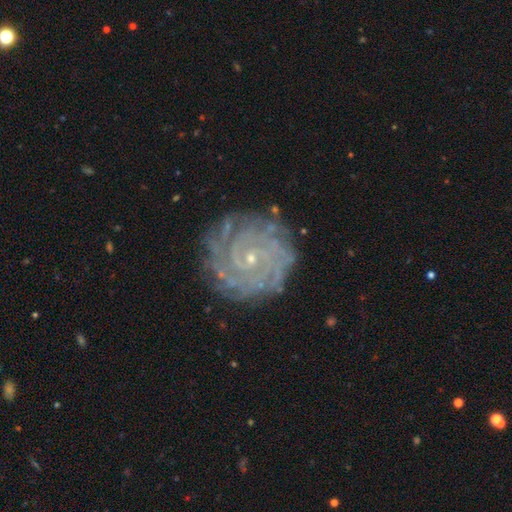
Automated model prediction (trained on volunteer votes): A featured or disk galaxy (85%) with no bar (73%), tight (85%) spiral arms (98%) and a small central bulge (84%).

Vote fractions:
- Smooth or featured? featured or disk: 85% / star or artifact: 9% / smooth: 7%
- Edge-on disk? no: 98% / yes: 2%
- Bar? no: 73% / weak: 20% / strong: 7%
- Spiral arms? yes: 98% / no: 2%
- Spiral winding? tight: 85% / medium: 12% / loose: 2%
- Spiral arm count? can't tell: 25% / 4: 19% / more than 4: 19% / 3: 15% / 2: 13% / 1: 9%
- Bulge size? small: 84% / moderate: 12% / none: 2% / large: 1% / dominant: 1%
- Merging? none: 84% / minor disturbance: 12% / major disturbance: 4% / merger: 1%